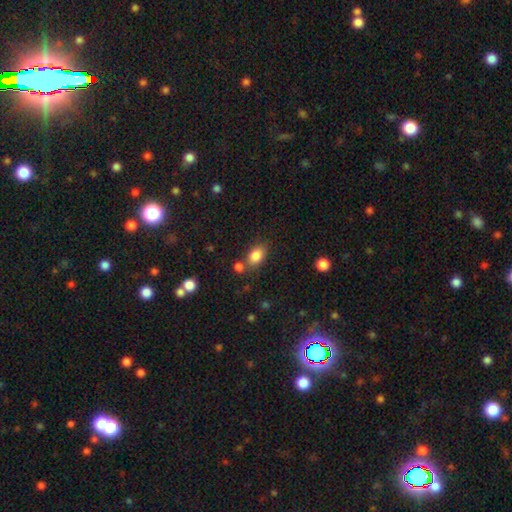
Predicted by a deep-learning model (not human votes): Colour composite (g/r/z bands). It shows a smooth galaxy with no disk features (85%) that is in between round and cigar-shaped (81%). Merging: none (67%).